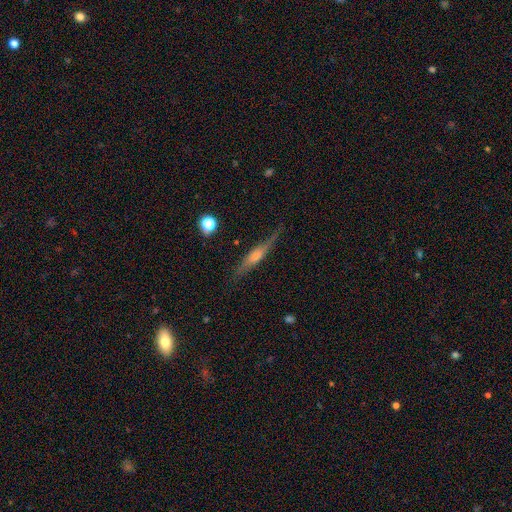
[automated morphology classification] smooth_or_featured: featured or disk (p=0.64) [alt: smooth p=0.28]
disk_edge_on: yes (p=0.94) [alt: no p=0.06]
edge_on_bulge: rounded (p=0.62) [alt: boxy p=0.21]
merging: none (p=0.79) [alt: minor disturbance p=0.15]